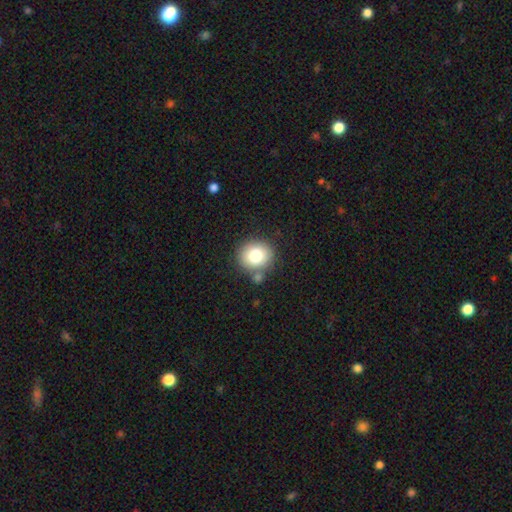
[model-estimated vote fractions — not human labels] This appears to be a smooth galaxy with no disk features (78%) that is round (79%). Merging: none (75%).